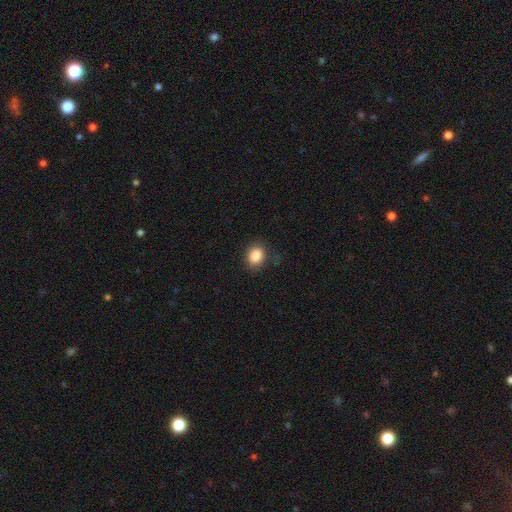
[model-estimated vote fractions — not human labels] A smooth galaxy with no disk features (86%) that is in between round and cigar-shaped (52%).

Vote fractions:
- Smooth or featured? smooth: 86% / star or artifact: 9% / featured or disk: 5%
- How rounded? in between: 52% / round: 47% / cigar-shaped: 1%
- Merging? none: 78% / minor disturbance: 17% / major disturbance: 4% / merger: 1%